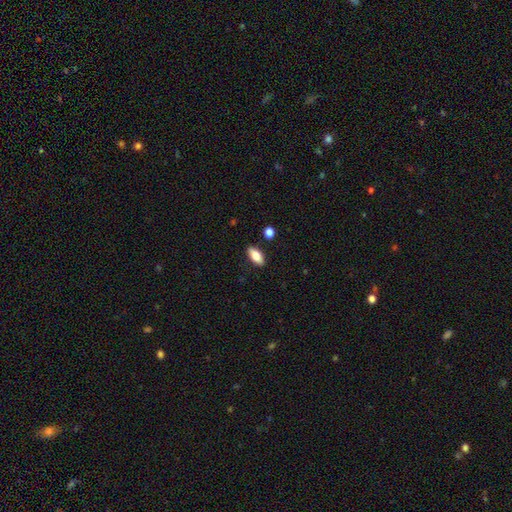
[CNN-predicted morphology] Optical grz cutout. It shows a smooth galaxy with no disk features (77%) that is in between round and cigar-shaped (86%). Merging: none (87%).